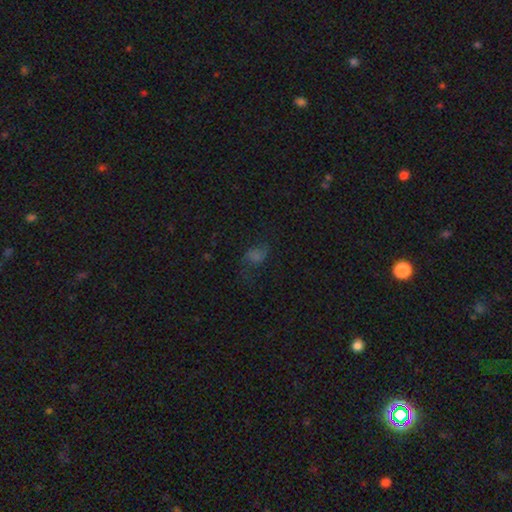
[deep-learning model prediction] A smooth galaxy with no disk features (45%).

Vote fractions:
- Smooth or featured? smooth: 45% / star or artifact: 29% / featured or disk: 26%
- Merging? none: 51% / major disturbance: 25% / minor disturbance: 22% / merger: 3%